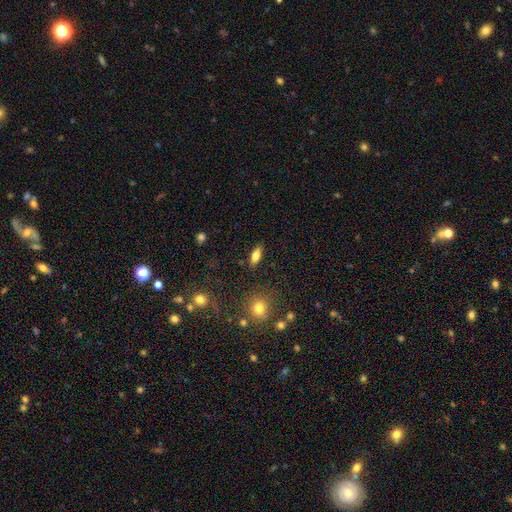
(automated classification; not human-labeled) Morphology: type=smooth (79%); roundness=in between (79%); merging=none (87%).